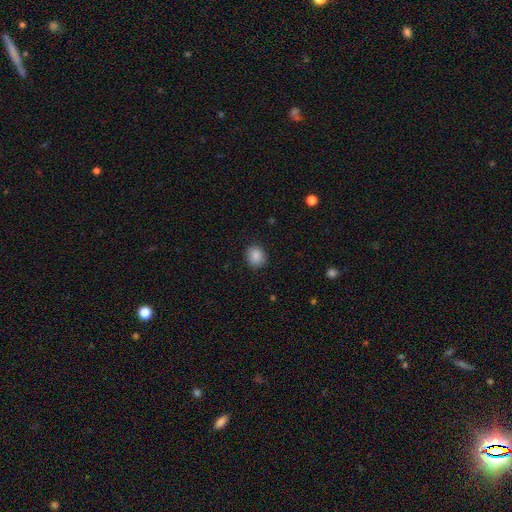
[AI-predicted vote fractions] Overall: smooth (88%). How rounded: round (67%; in between 32%). Merging: none (86%).